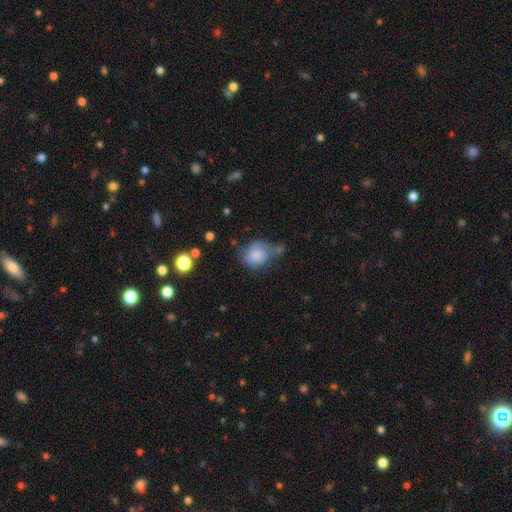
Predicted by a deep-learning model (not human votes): smooth-or-featured: smooth: 67% | featured or disk: 22% | star or artifact: 11%
  how-rounded: round: 55% | in between: 44% | cigar-shaped: 1%
  merging: none: 41% | minor disturbance: 32% | major disturbance: 16% | merger: 11%